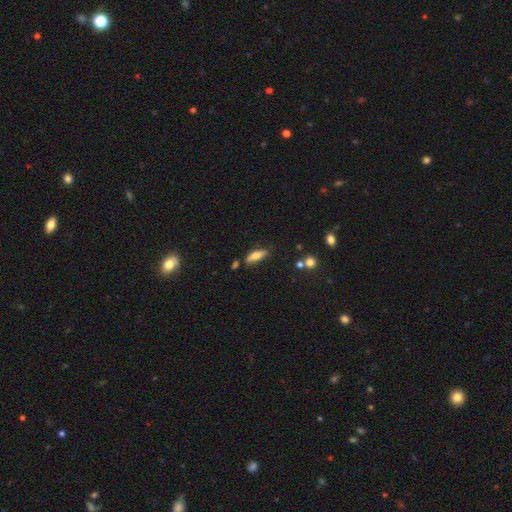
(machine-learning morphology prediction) Smooth or featured: smooth — 71% (featured or disk — 21%)
How rounded: in between — 56% (cigar-shaped — 42%)
Merging: none — 70% (minor disturbance — 20%)